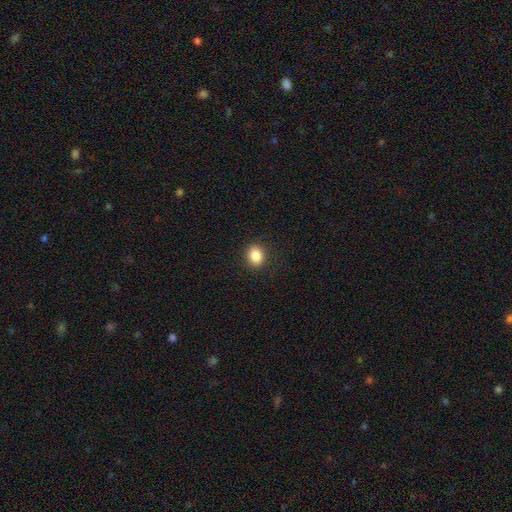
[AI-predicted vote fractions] This appears to be a smooth galaxy with no disk features (86%) that is round (55%). Merging: none (89%).